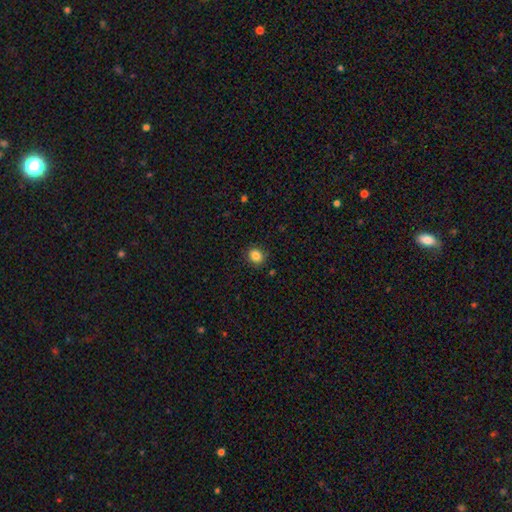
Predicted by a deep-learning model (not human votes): smooth_or_featured: smooth (p=0.85) [alt: star or artifact p=0.10]
how_rounded: round (p=0.69) [alt: in between p=0.30]
merging: none (p=0.88) [alt: minor disturbance p=0.08]